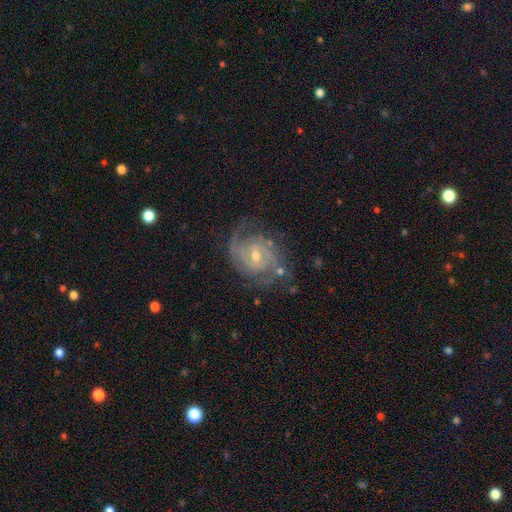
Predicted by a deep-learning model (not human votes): Morphology: type=featured or disk (88%); edge-on=no (97%); bar=weak (50%); spiral arms=yes (97%); winding=tight (48%); arm count=2 (56%); bulge=small (52%); merging=none (70%).